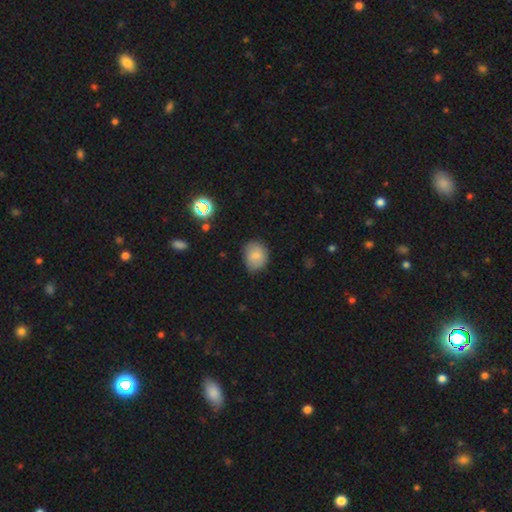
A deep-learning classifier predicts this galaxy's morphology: smooth 81%, star or artifact 10%, featured or disk 9%. Down the decision tree: how rounded — round (60%); merging — none (74%).